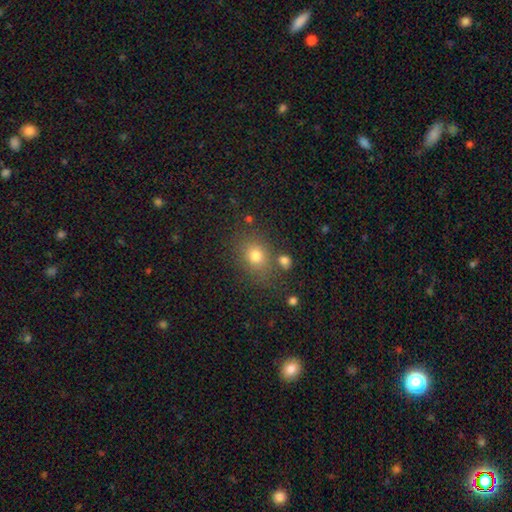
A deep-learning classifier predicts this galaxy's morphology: Smooth or featured?
  - smooth: 76% *
  - star or artifact: 14%
  - featured or disk: 10%
How rounded?
  - round: 56% *
  - in between: 43%
  - cigar-shaped: 1%
Merging?
  - none: 72% *
  - minor disturbance: 14%
  - merger: 8%
  - major disturbance: 6%